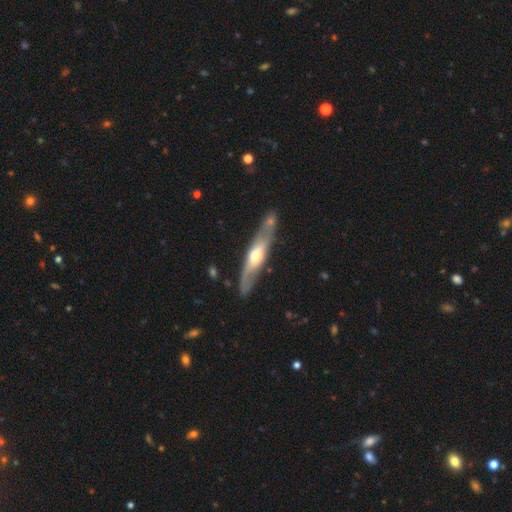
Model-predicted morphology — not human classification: type=featured or disk (66%); edge-on=yes (72%); merging=none (81%).